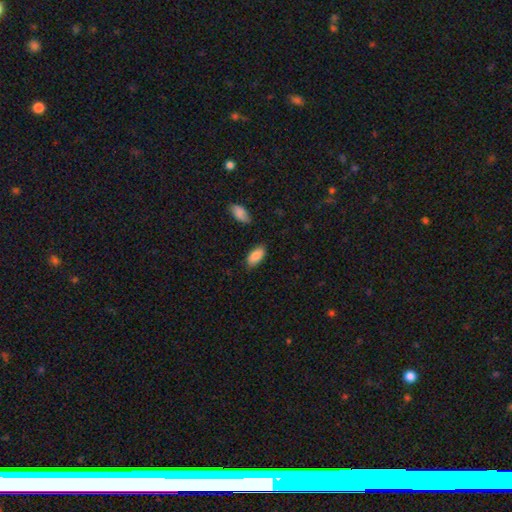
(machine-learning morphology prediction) Overall: smooth (87%). How rounded: in between (92%). Merging: none (82%).